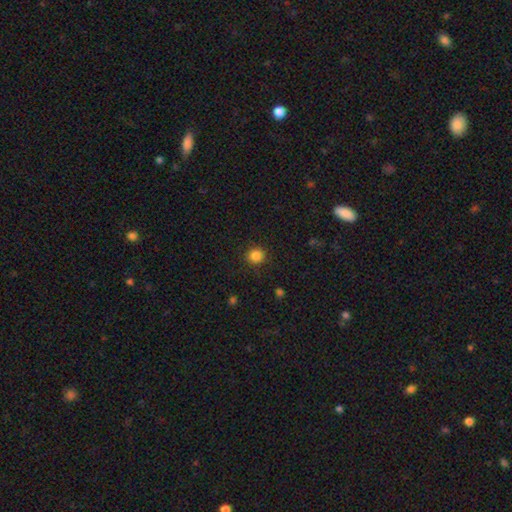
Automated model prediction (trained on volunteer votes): smooth 86%, star or artifact 11%, featured or disk 3%. Down the decision tree: how rounded — round (91%); merging — none (90%).